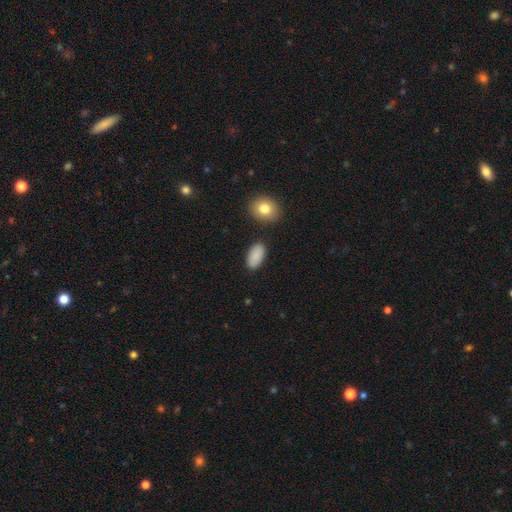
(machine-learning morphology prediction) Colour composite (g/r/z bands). It shows a smooth galaxy with no disk features (88%) that is in between round and cigar-shaped (94%). Merging: none (85%).